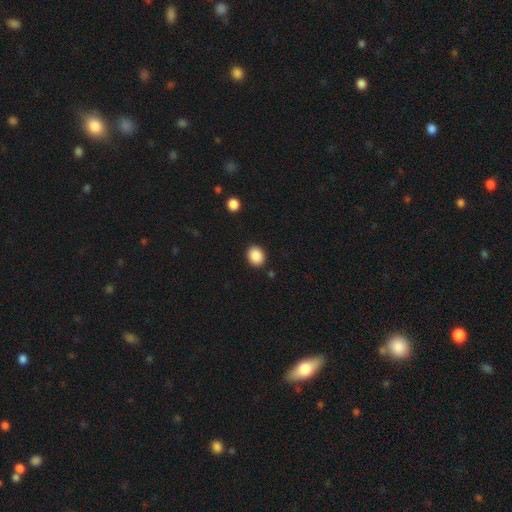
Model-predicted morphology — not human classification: Smooth or featured: smooth — 88% (star or artifact — 8%)
How rounded: round — 56% (in between — 43%)
Merging: none — 89% (minor disturbance — 7%)